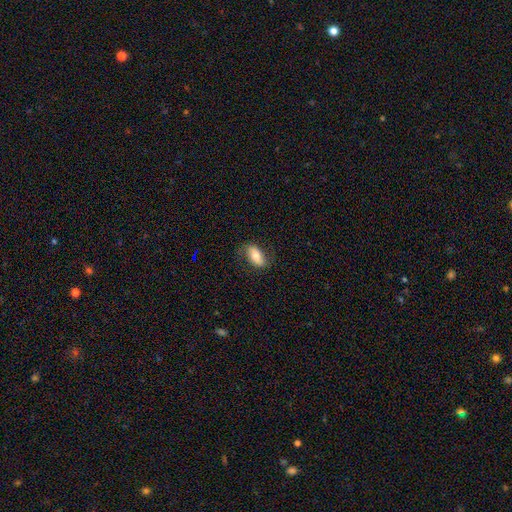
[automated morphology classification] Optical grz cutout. It shows a smooth galaxy with no disk features (65%) that is in between round and cigar-shaped (88%). Merging: none (76%).